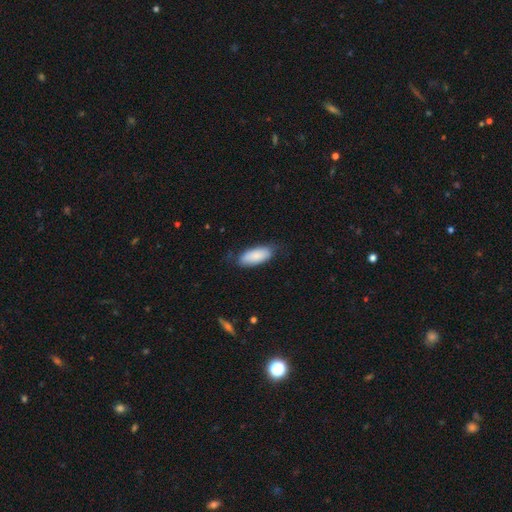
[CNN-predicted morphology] smooth_or_featured: smooth (p=0.85) [alt: featured or disk p=0.09]
how_rounded: in between (p=0.86) [alt: cigar-shaped p=0.12]
merging: none (p=0.72) [alt: minor disturbance p=0.22]